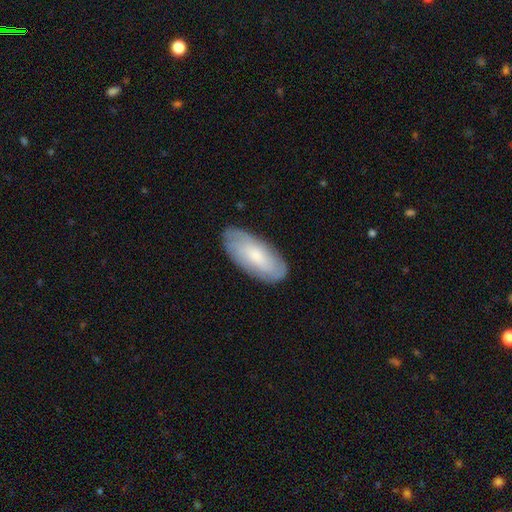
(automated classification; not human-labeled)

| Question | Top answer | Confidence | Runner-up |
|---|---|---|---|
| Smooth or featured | smooth | 58% | featured or disk (35%) |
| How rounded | in between | 87% | cigar-shaped (10%) |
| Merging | none | 81% | minor disturbance (15%) |